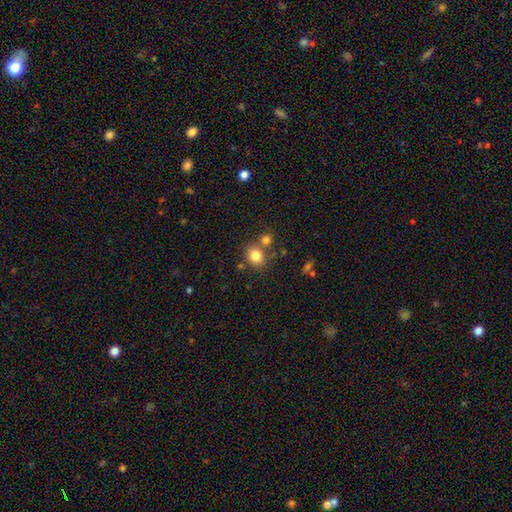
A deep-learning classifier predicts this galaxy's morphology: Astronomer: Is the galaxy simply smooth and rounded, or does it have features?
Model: smooth — 82%.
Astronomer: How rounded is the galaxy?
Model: round — 60% (runner-up: in between, 39%).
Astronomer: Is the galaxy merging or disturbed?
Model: none — 65%.